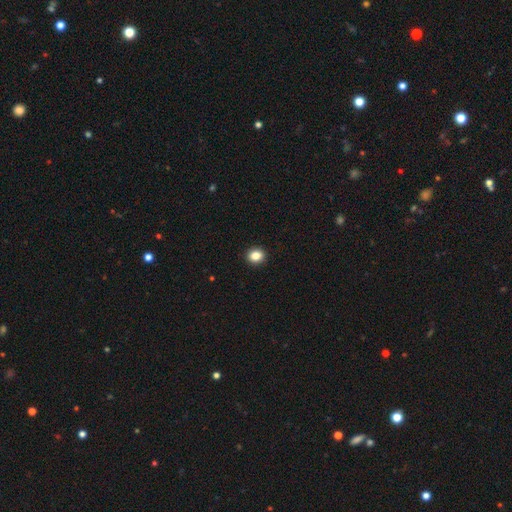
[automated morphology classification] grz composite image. It shows a smooth galaxy with no disk features (85%) that is round (71%). Merging: none (93%).